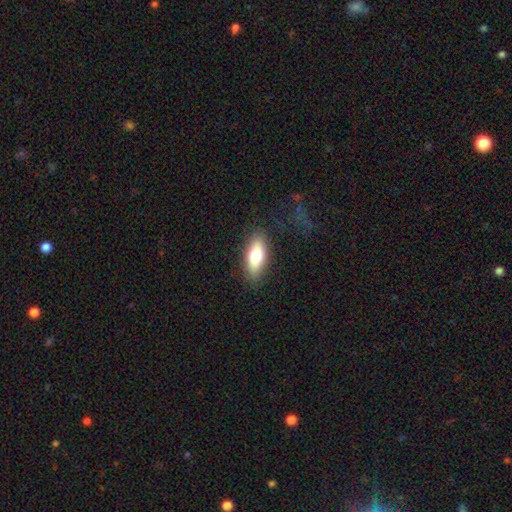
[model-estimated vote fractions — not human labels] smooth_or_featured: smooth (p=0.77) [alt: featured or disk p=0.17]
how_rounded: in between (p=0.74) [alt: cigar-shaped p=0.23]
merging: none (p=0.85) [alt: minor disturbance p=0.11]